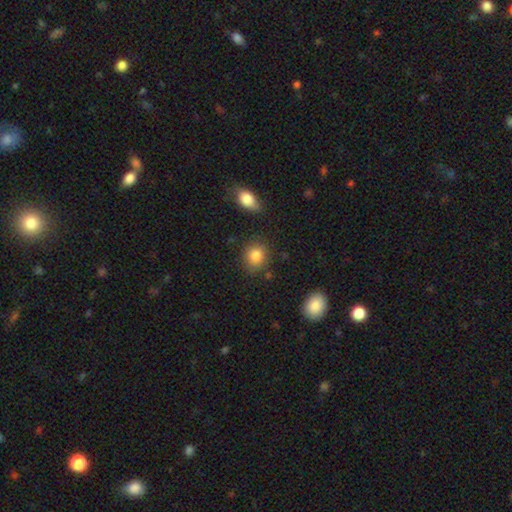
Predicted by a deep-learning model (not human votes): Smooth or featured? Predicted: smooth (p=0.84). How rounded? Predicted: round (p=0.68). Merging? Predicted: none (p=0.81).